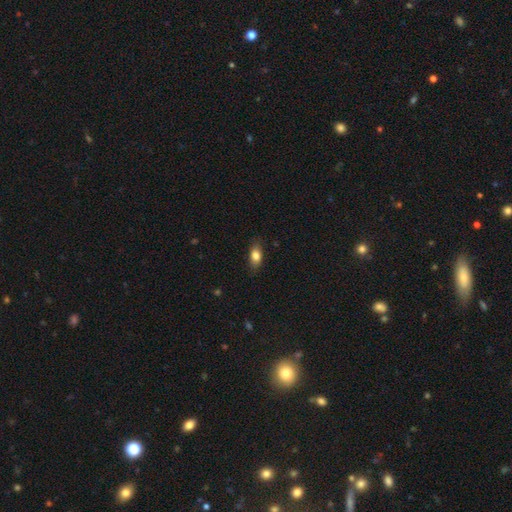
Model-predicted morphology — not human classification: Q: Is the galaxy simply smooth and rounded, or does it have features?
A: smooth — 81%.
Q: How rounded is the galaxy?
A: in between — 84%.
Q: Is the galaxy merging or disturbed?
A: none — 83%.